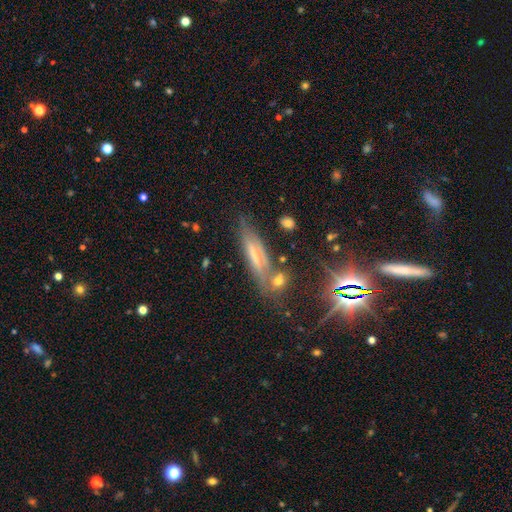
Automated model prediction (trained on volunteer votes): This appears to be a featured or disk galaxy (49%). Merging: none (65%).